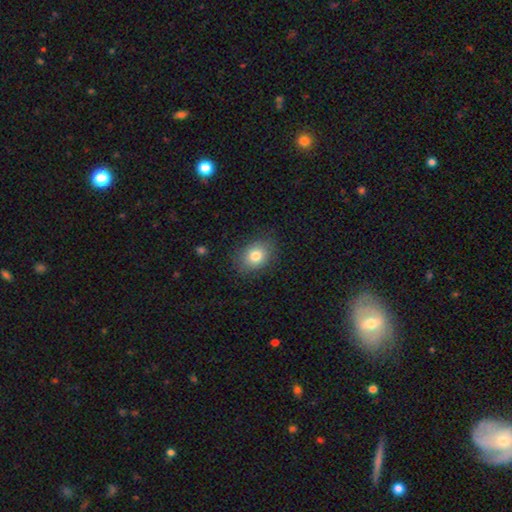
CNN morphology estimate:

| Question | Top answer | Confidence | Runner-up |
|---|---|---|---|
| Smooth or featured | smooth | 80% | featured or disk (10%) |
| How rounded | in between | 59% | round (40%) |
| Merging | none | 82% | minor disturbance (13%) |